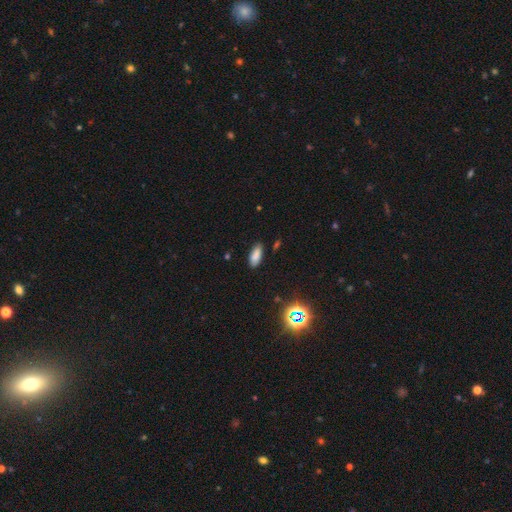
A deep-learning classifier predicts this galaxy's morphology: A smooth galaxy with no disk features (83%) that is in between round and cigar-shaped (82%). Merging: none (83%).